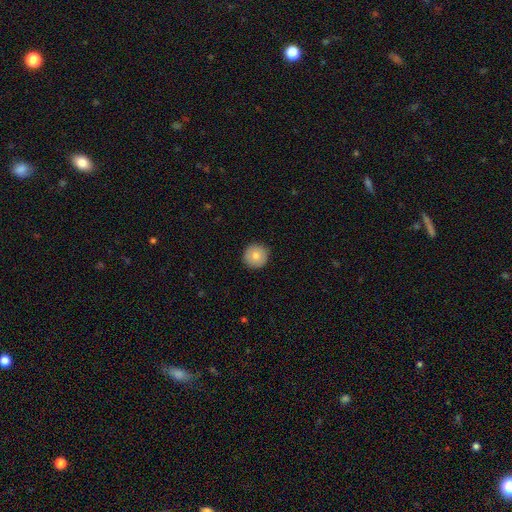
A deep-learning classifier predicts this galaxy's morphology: Smooth or featured: smooth — 78% (featured or disk — 14%)
How rounded: round — 96% (in between — 3%)
Merging: none — 92% (minor disturbance — 6%)